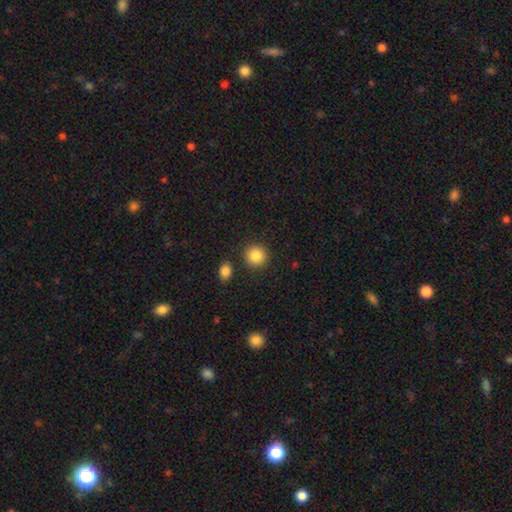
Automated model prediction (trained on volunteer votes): A smooth galaxy with no disk features (87%) that is round (92%).

Vote fractions:
- Smooth or featured? smooth: 87% / star or artifact: 9% / featured or disk: 4%
- How rounded? round: 92% / in between: 7% / cigar-shaped: 1%
- Merging? none: 87% / minor disturbance: 7% / merger: 4% / major disturbance: 2%